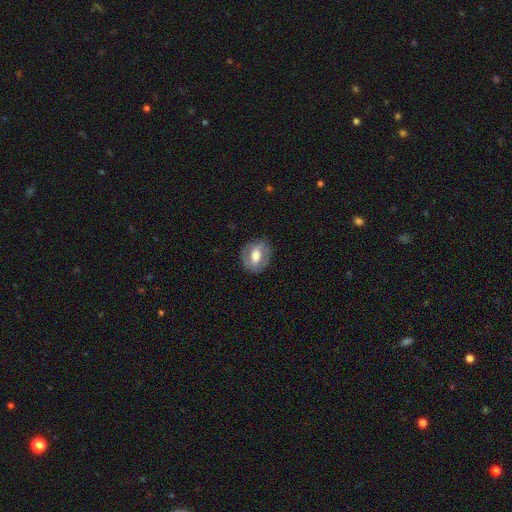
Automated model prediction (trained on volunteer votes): Q: Smooth or featured?
A: featured or disk (54%); runner-up: smooth (39%)
Q: Edge-on disk?
A: no (94%); runner-up: yes (6%)
Q: Bar?
A: weak (40%); runner-up: strong (32%)
Q: Spiral arms?
A: yes (59%); runner-up: no (41%)
Q: Bulge size?
A: moderate (59%); runner-up: large (26%)
Q: Merging?
A: none (80%); runner-up: minor disturbance (14%)